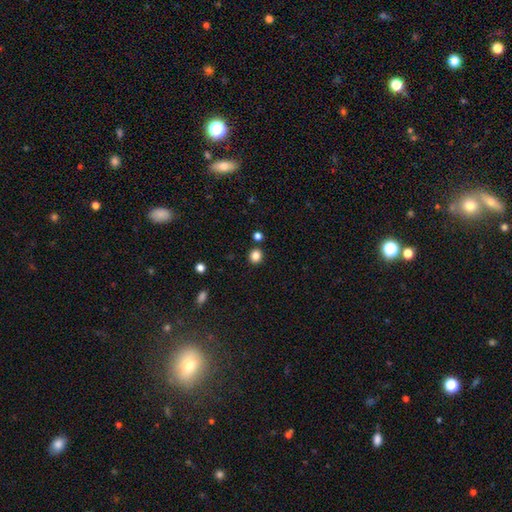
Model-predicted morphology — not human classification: The model was most divided on "smooth or featured": smooth: 84%, star or artifact: 12%, featured or disk: 4%. More confident: merging — none (88%); how rounded — round (87%).